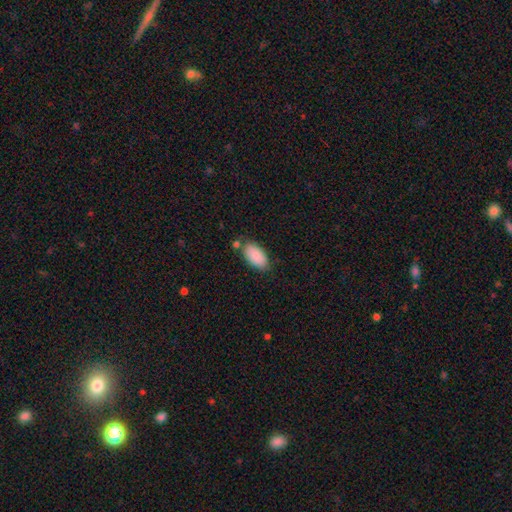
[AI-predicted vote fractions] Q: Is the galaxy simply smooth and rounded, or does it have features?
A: smooth — 89%.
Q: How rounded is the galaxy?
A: in between — 94%.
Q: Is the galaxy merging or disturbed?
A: none — 74%.